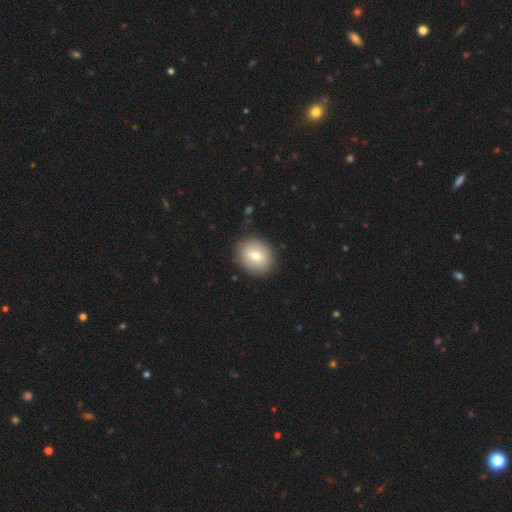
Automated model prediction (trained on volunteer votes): This is likely a smooth galaxy (73%). How rounded: likely round (61%). Merging: clearly none (88%).